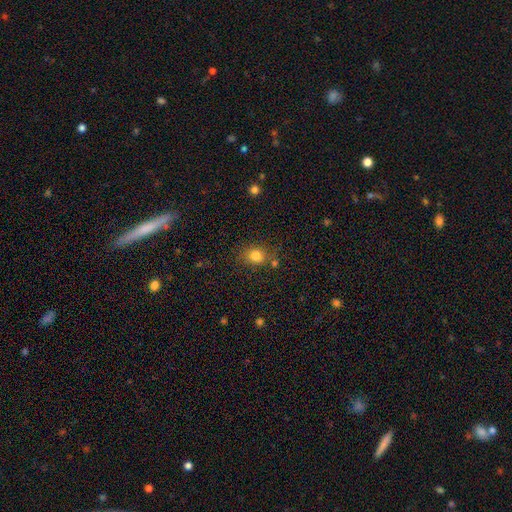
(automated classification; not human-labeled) Smooth or featured? Predicted: smooth (p=0.81). How rounded? Predicted: round (p=0.60). Merging? Predicted: none (p=0.70).